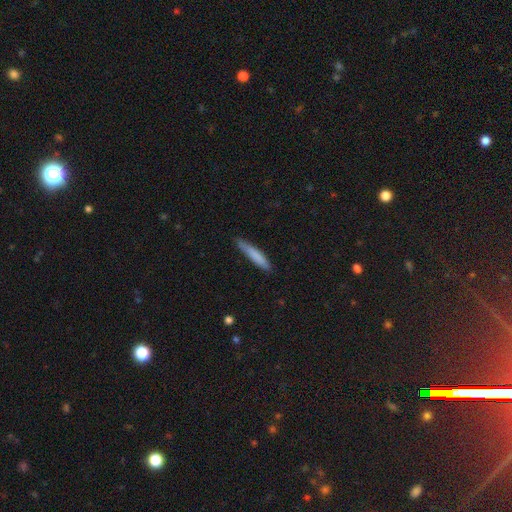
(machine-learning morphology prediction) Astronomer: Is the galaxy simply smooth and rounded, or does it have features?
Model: smooth — 79%.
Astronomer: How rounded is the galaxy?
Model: cigar-shaped — 92%.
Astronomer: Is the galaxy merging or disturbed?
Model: none — 81%.